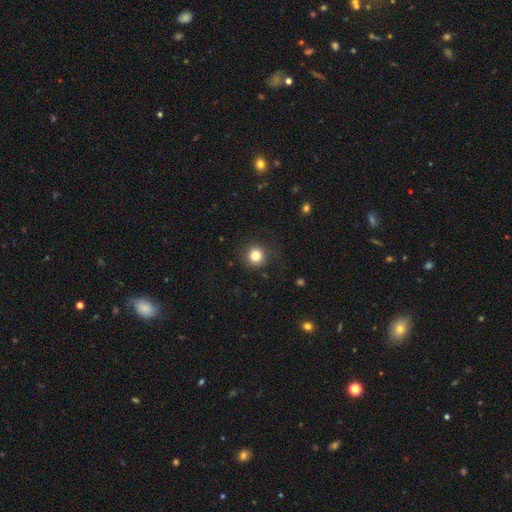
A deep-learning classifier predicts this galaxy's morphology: Smooth or featured? smooth (82%)
How rounded? round (93%)
Merging? none (87%)